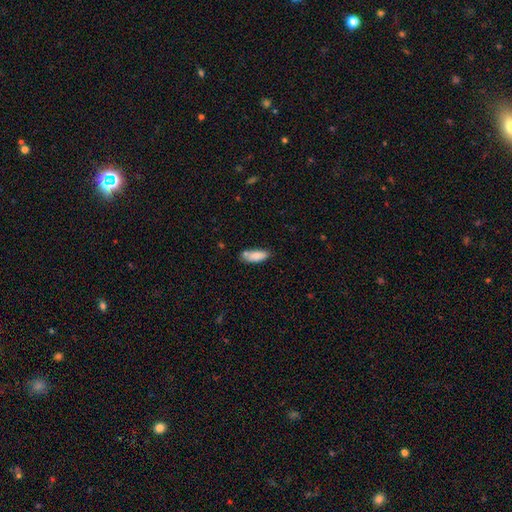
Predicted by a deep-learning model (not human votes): A smooth galaxy with no disk features (84%) that is in between round and cigar-shaped (70%). Merging: none (61%).